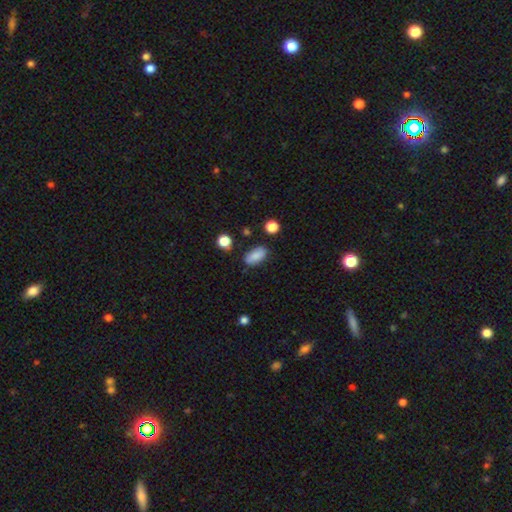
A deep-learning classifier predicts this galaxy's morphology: This is clearly a smooth galaxy (84%). How rounded: clearly in between (89%). Merging: likely none (79%).